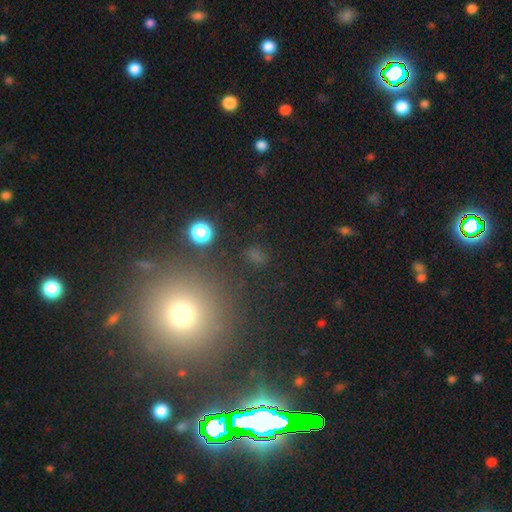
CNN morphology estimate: Smooth or featured? smooth (56%)
How rounded? round (74%)
Merging? none (83%)